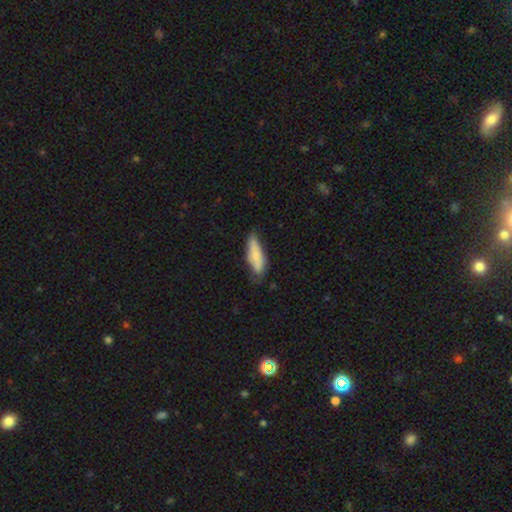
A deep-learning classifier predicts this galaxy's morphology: smooth-or-featured: smooth: 75% | featured or disk: 18% | star or artifact: 6%
  how-rounded: cigar-shaped: 49% (tied) | in between: 49% (tied) | round: 2%
  merging: none: 57% | minor disturbance: 33% | major disturbance: 7% | merger: 3%